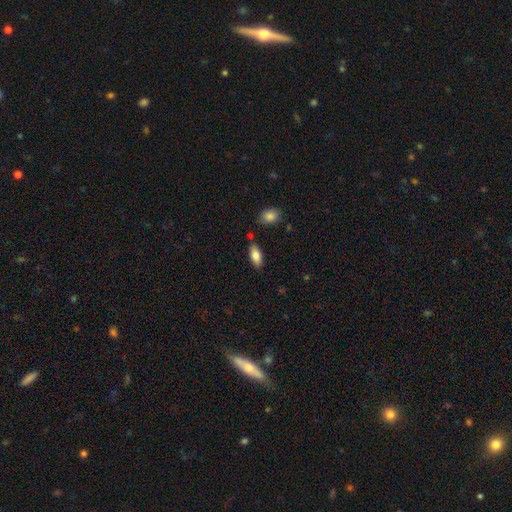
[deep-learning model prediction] This is clearly a smooth galaxy (83%). How rounded: clearly in between (87%). Merging: likely none (79%).